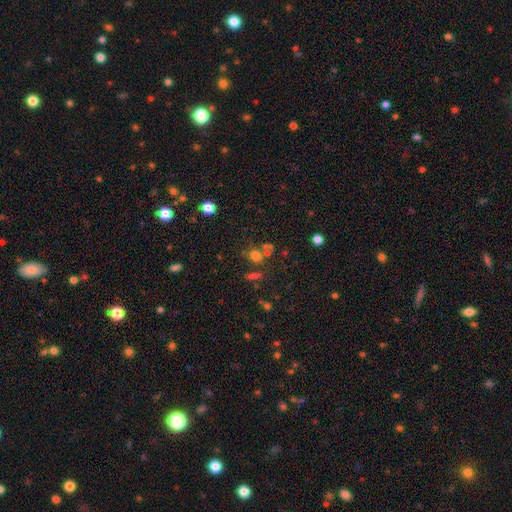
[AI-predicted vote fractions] This is likely a smooth galaxy (64%). How rounded: possibly in between (49%). Merging: possibly none (54%).